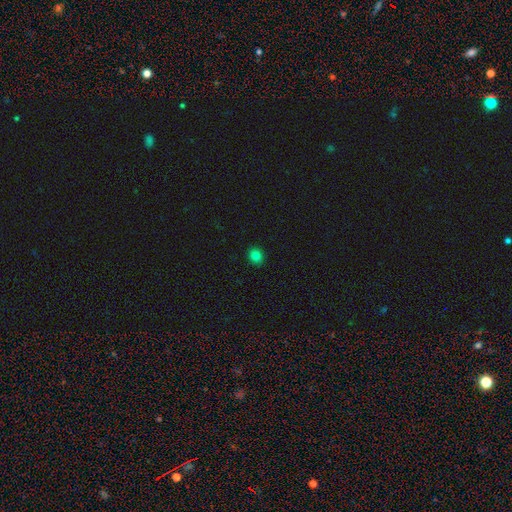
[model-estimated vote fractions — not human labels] Smooth or featured? smooth (81%)
How rounded? round (76%)
Merging? none (91%)